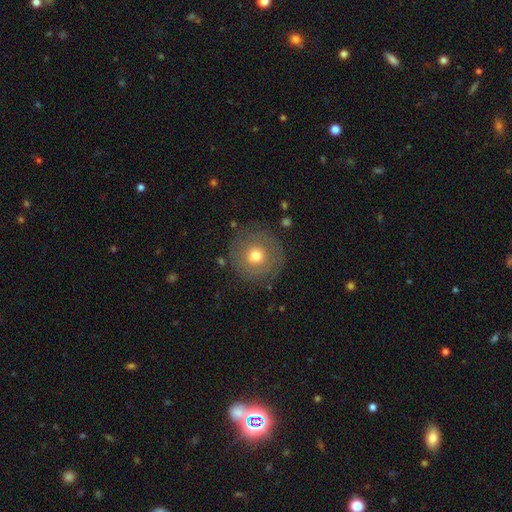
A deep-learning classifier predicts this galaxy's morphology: Smooth or featured: smooth — 60% (featured or disk — 30%)
How rounded: round — 94% (in between — 5%)
Merging: none — 82% (minor disturbance — 11%)